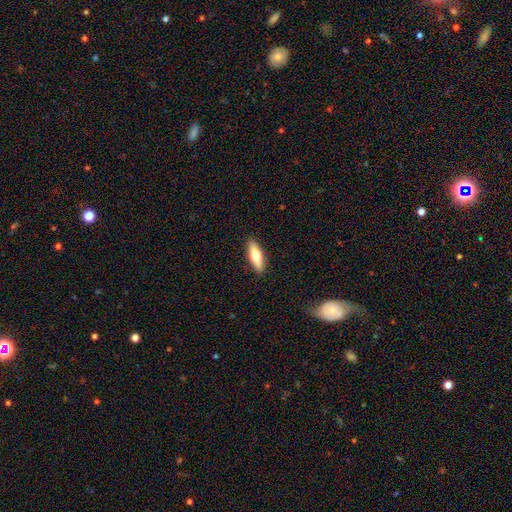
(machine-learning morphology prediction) Smooth or featured: smooth — 61% (featured or disk — 33%)
How rounded: in between — 51% (cigar-shaped — 47%)
Merging: none — 90% (minor disturbance — 7%)